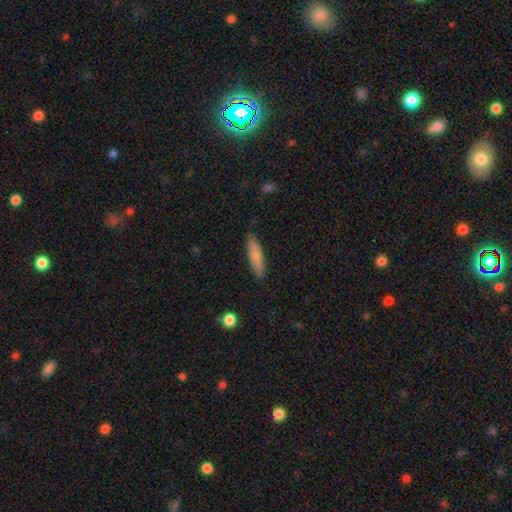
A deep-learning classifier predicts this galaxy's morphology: Q: Smooth or featured?
A: smooth (73%); runner-up: featured or disk (20%)
Q: How rounded?
A: cigar-shaped (71%); runner-up: in between (27%)
Q: Merging?
A: none (85%); runner-up: minor disturbance (12%)